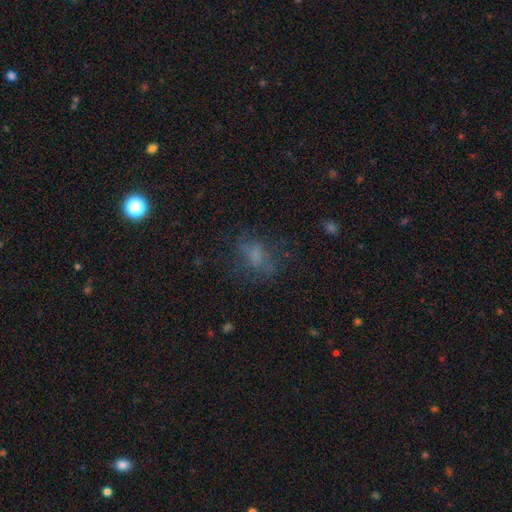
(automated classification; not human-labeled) smooth 53%, featured or disk 27%, star or artifact 20%. Down the decision tree: how rounded — in between (69%); merging — none (59%).